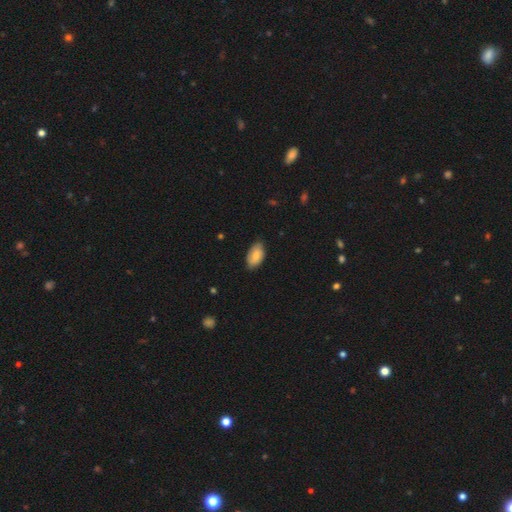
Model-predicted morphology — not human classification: Smooth or featured? Predicted: smooth (p=0.71). How rounded? Predicted: in between (p=0.94). Merging? Predicted: none (p=0.78).